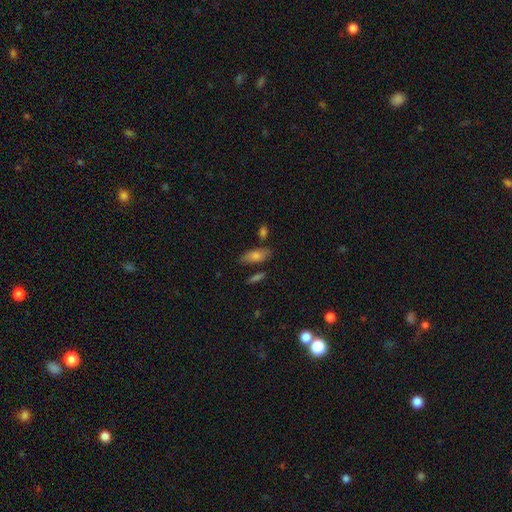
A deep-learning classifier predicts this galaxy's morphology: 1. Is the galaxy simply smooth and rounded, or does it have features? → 75% smooth, 18% featured or disk, 7% star or artifact.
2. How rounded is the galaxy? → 82% in between, 15% cigar-shaped, 3% round.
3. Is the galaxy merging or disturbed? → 72% none, 16% minor disturbance, 8% merger, 4% major disturbance.